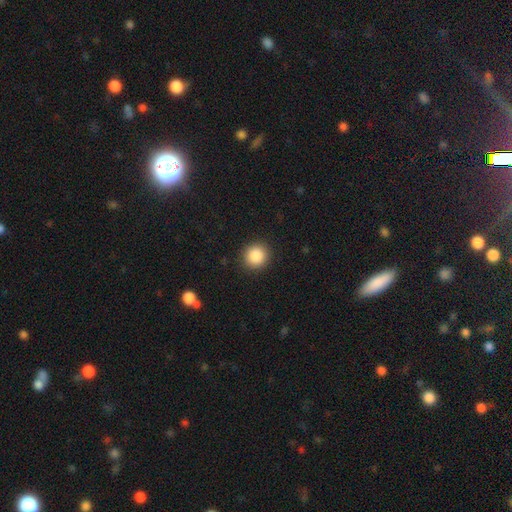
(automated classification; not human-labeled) Smooth or featured? smooth (88%)
How rounded? round (92%)
Merging? none (91%)